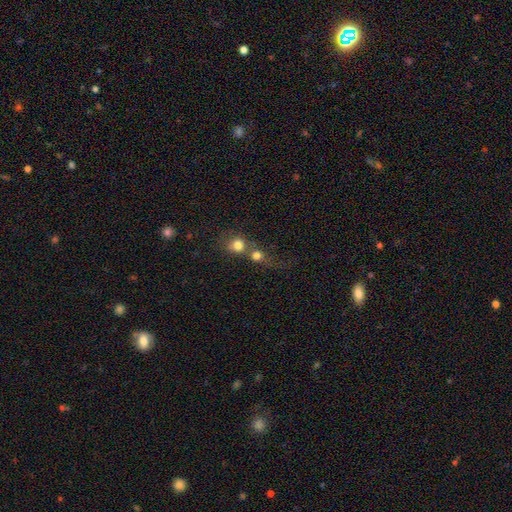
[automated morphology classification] A smooth galaxy with no disk features (67%) that is round (79%).

Vote fractions:
- Smooth or featured? smooth: 67% / star or artifact: 16% / featured or disk: 16%
- How rounded? round: 79% / in between: 19% / cigar-shaped: 2%
- Merging? merger: 60% / none: 27% / major disturbance: 7% / minor disturbance: 6%